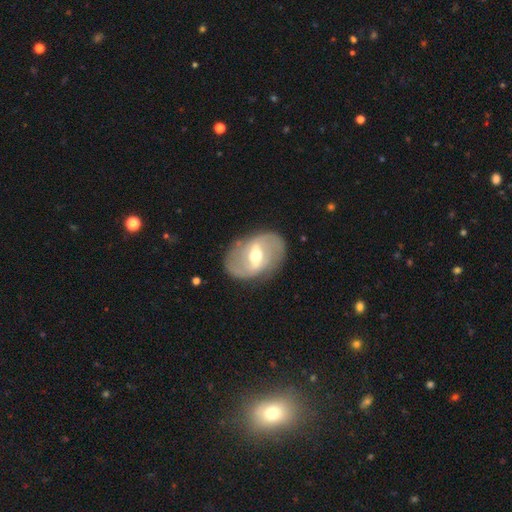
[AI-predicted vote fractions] The model was most divided on "spiral winding" (2-way tie): loose: 40%, medium: 40%, tight: 21%. Remaining: edge-on disk — no (95%); spiral arm count — 2 (86%); spiral arms — yes (85%); merging — none (81%); smooth or featured — featured or disk (80%); bulge size — moderate (69%); bar — weak (45%).